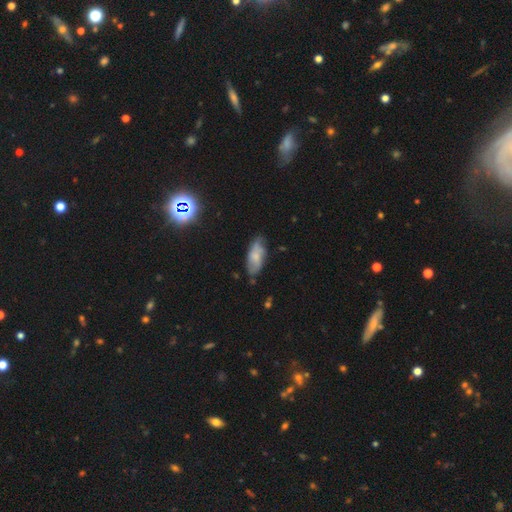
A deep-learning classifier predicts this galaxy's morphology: A smooth galaxy with no disk features (58%) that is in between round and cigar-shaped (84%).

Vote fractions:
- Smooth or featured? smooth: 58% / featured or disk: 34% / star or artifact: 8%
- How rounded? in between: 84% / cigar-shaped: 14% / round: 2%
- Merging? none: 64% / minor disturbance: 27% / major disturbance: 7% / merger: 2%